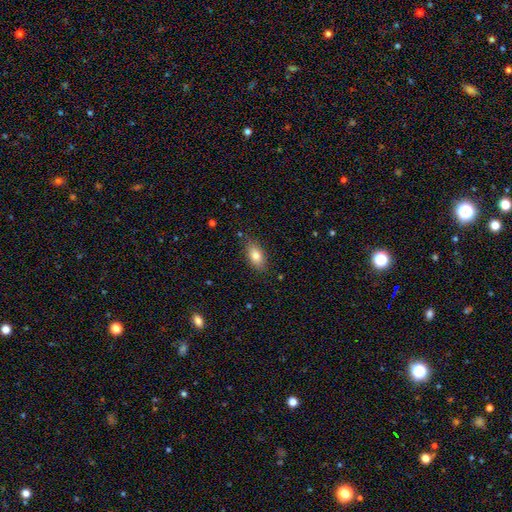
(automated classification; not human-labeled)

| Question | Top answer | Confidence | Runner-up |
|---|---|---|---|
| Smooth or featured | smooth | 80% | featured or disk (12%) |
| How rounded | in between | 87% | cigar-shaped (7%) |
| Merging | none | 83% | minor disturbance (13%) |